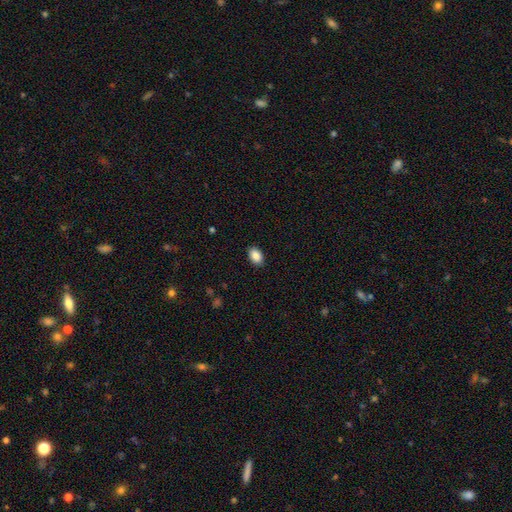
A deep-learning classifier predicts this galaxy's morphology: Q: Smooth or featured?
A: smooth (89%); runner-up: star or artifact (8%)
Q: How rounded?
A: in between (88%); runner-up: round (11%)
Q: Merging?
A: none (89%); runner-up: minor disturbance (8%)